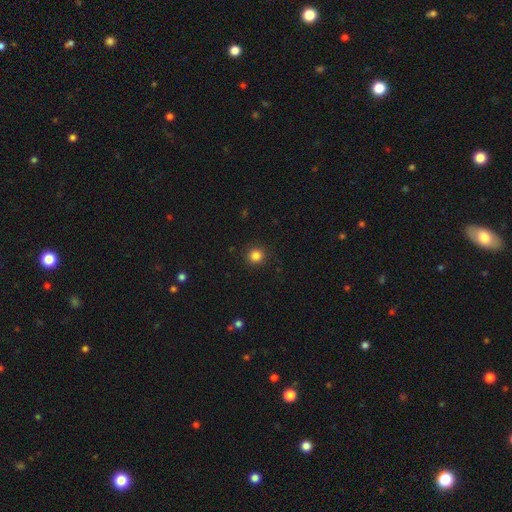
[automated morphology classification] The model was most divided on "smooth or featured": smooth: 84%, star or artifact: 12%, featured or disk: 4%. More confident: how rounded — round (94%); merging — none (91%).